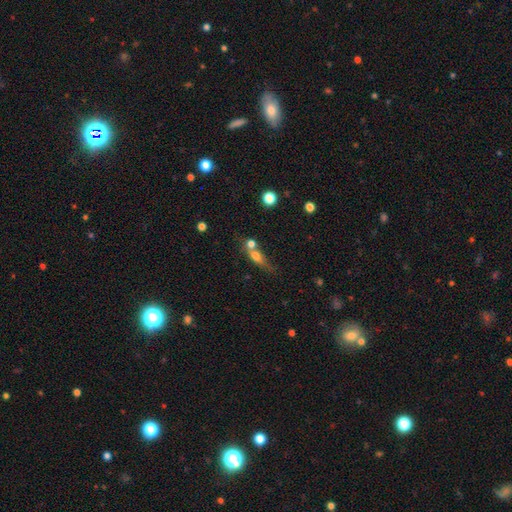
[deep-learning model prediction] Q: Smooth or featured?
A: smooth (59%); runner-up: featured or disk (30%)
Q: How rounded?
A: in between (48%); runner-up: cigar-shaped (35%)
Q: Merging?
A: merger (42%); runner-up: none (36%)